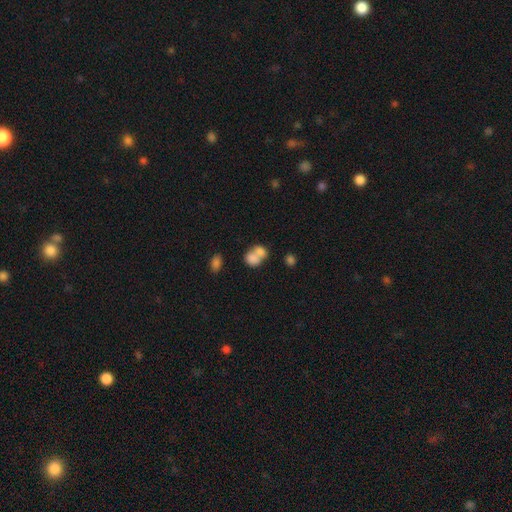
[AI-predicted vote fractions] This is likely a smooth galaxy (77%). How rounded: possibly in between (53%). Merging: likely merger (69%).